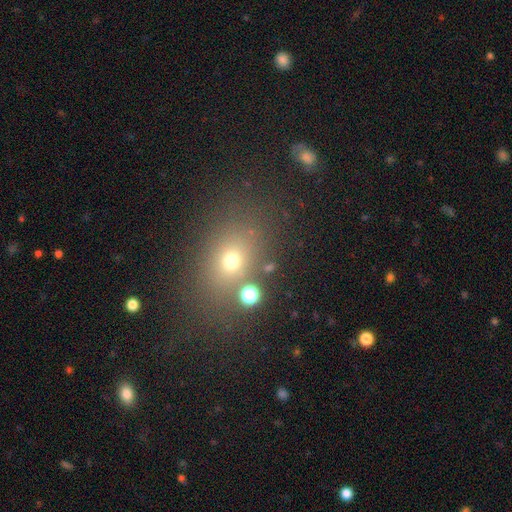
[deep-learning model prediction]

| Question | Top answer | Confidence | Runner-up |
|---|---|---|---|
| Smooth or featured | smooth | 55% | star or artifact (30%) |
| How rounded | in between | 57% | round (41%) |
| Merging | none | 76% | merger (10%) |